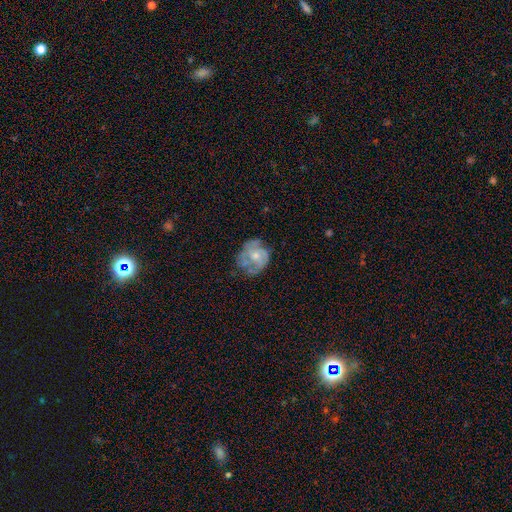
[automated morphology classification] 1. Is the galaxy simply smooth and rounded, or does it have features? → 61% featured or disk, 31% smooth, 7% star or artifact.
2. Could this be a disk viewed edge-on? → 98% no, 2% yes.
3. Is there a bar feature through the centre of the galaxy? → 81% no, 17% weak, 2% strong.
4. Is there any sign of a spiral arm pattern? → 59% yes, 41% no.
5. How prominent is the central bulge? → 46% small, 45% moderate, 5% none, 3% large, 1% dominant.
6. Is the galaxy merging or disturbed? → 53% none, 27% minor disturbance, 17% major disturbance, 3% merger.